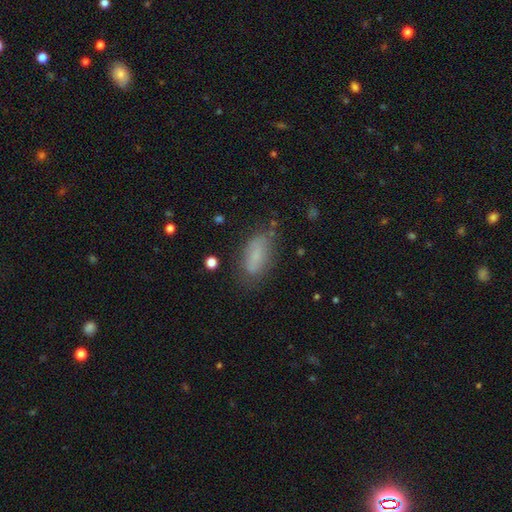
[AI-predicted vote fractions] This is likely a smooth galaxy (74%). How rounded: clearly in between (83%). Merging: likely none (66%).